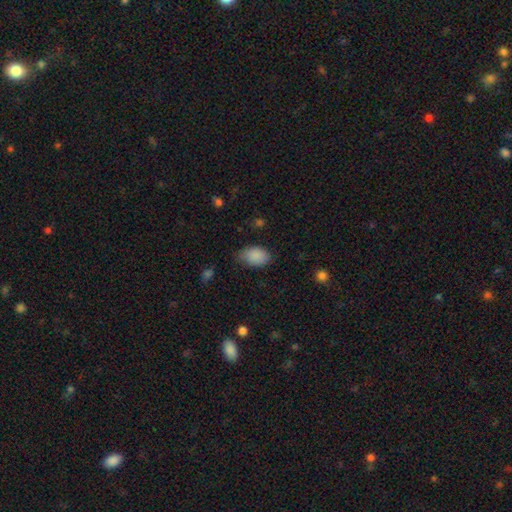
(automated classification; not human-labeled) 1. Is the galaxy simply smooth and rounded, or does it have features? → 88% smooth, 7% star or artifact, 5% featured or disk.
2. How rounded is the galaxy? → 88% in between, 11% round, 1% cigar-shaped.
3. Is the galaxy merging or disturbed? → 67% none, 26% minor disturbance, 5% major disturbance, 1% merger.